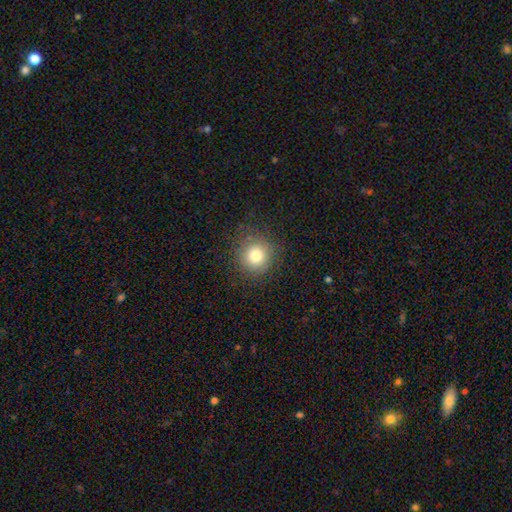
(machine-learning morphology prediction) smooth-or-featured: smooth: 78% | star or artifact: 13% | featured or disk: 9%
  how-rounded: round: 92% | in between: 7% | cigar-shaped: 1%
  merging: none: 85% | minor disturbance: 10% | major disturbance: 4% | merger: 1%